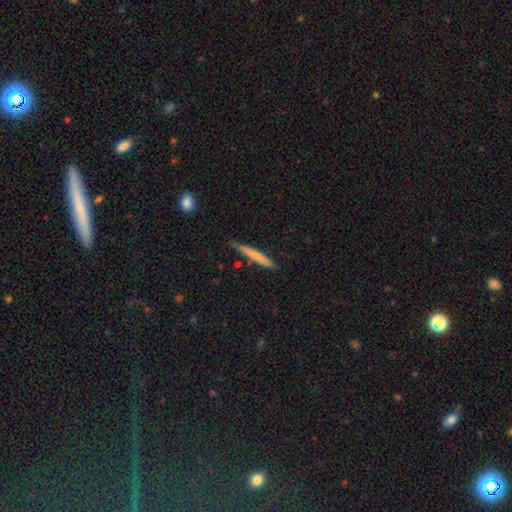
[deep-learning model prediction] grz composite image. It shows a smooth galaxy with no disk features (66%) that is cigar-shaped (96%). Merging: none (80%).